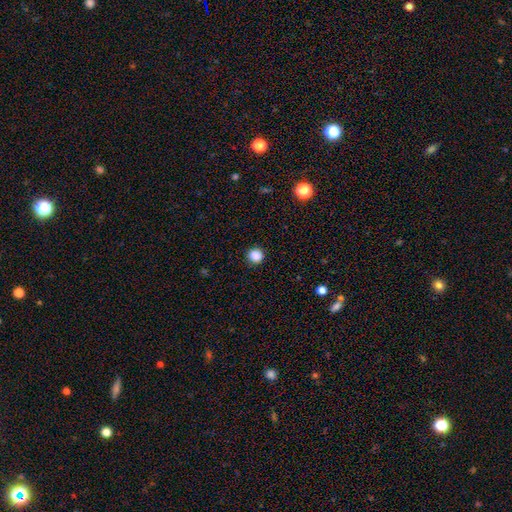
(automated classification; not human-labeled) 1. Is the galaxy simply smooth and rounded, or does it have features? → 86% smooth, 11% star or artifact, 3% featured or disk.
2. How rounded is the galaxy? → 92% round, 7% in between, 1% cigar-shaped.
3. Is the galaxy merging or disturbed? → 92% none, 5% minor disturbance, 2% major disturbance, 1% merger.